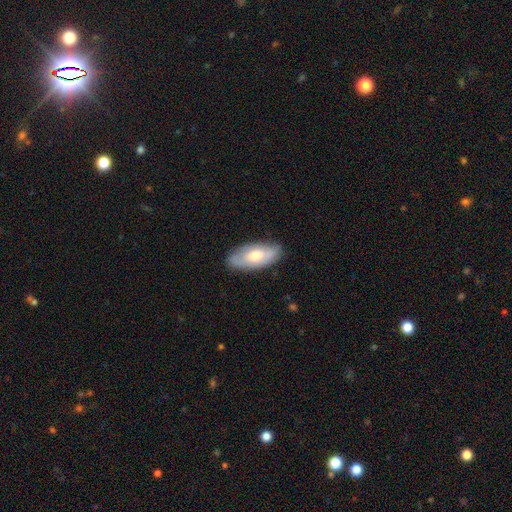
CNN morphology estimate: The model was most divided on "smooth or featured": smooth: 54%, featured or disk: 40%, star or artifact: 6%. More confident: how rounded — in between (88%); merging — none (77%).